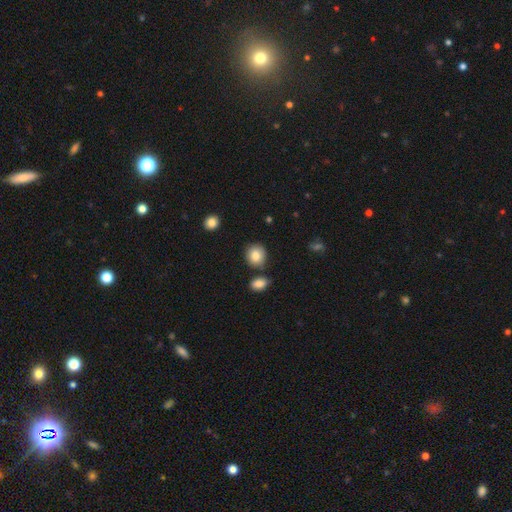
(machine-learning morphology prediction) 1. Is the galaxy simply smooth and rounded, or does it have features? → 85% smooth, 8% star or artifact, 7% featured or disk.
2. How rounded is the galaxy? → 80% round, 18% in between, 1% cigar-shaped.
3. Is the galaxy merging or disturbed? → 79% none, 11% minor disturbance, 8% merger, 3% major disturbance.